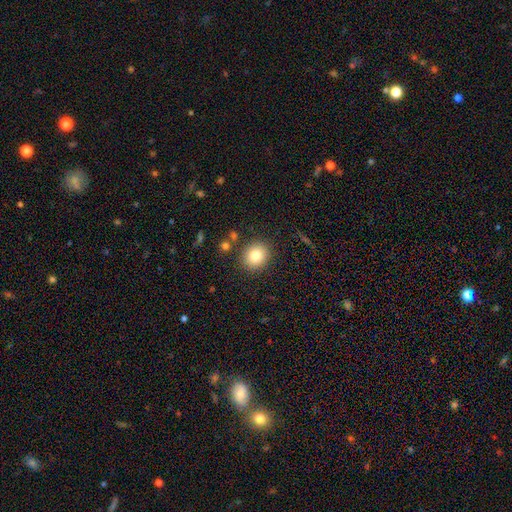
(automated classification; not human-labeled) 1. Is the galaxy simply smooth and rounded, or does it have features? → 80% smooth, 10% star or artifact, 10% featured or disk.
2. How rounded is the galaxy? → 74% round, 25% in between, 1% cigar-shaped.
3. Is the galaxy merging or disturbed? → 87% none, 8% minor disturbance, 3% merger, 3% major disturbance.